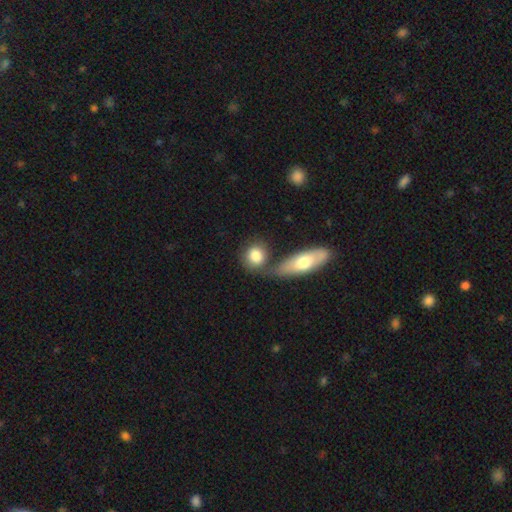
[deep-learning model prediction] Smooth or featured? Predicted: smooth (p=0.81). How rounded? Predicted: round (p=0.69). Merging? Predicted: none (p=0.52).